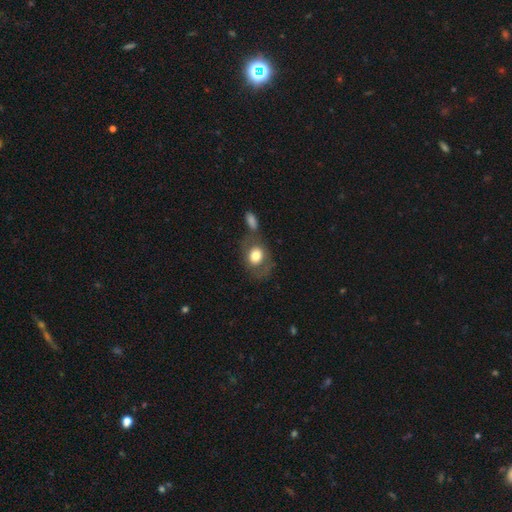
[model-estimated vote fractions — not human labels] smooth 70%, featured or disk 22%, star or artifact 7%. Down the decision tree: how rounded — in between (53%); merging — none (57%).